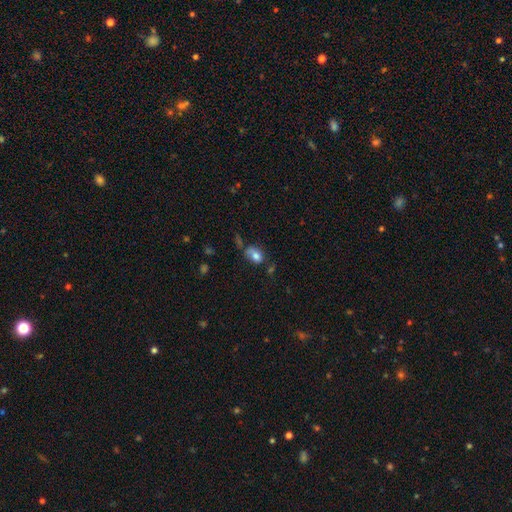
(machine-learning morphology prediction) smooth_or_featured: smooth (p=0.78) [alt: featured or disk p=0.12]
how_rounded: in between (p=0.73) [alt: round p=0.25]
merging: none (p=0.40) [alt: minor disturbance p=0.28]